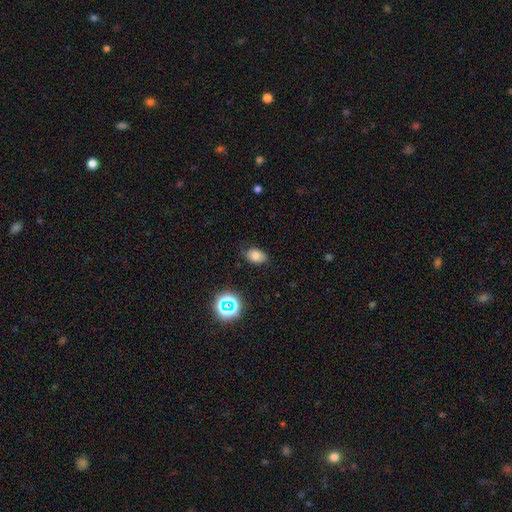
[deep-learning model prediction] This is likely a smooth galaxy (74%). How rounded: clearly in between (81%). Merging: likely none (74%).